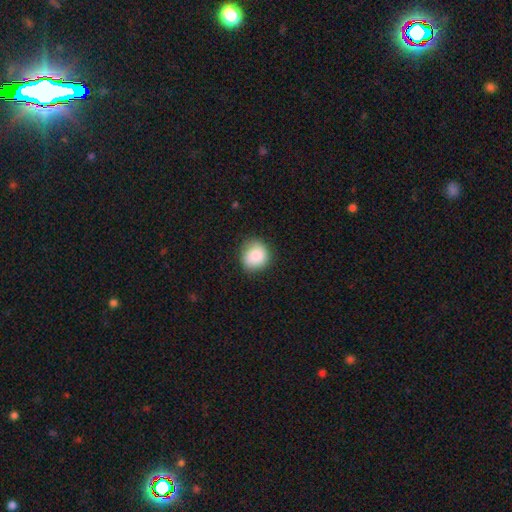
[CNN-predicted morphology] type=smooth (86%); roundness=round (84%); merging=none (80%).